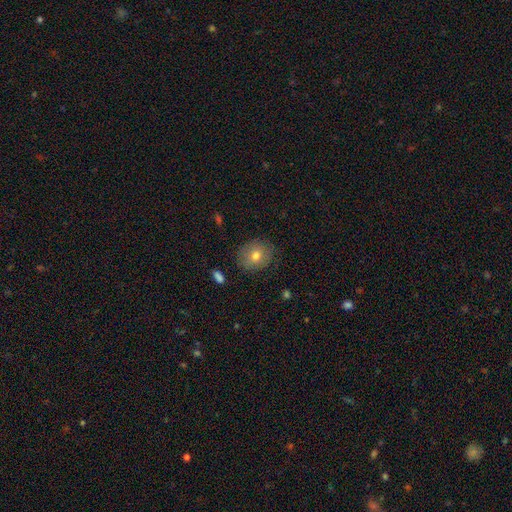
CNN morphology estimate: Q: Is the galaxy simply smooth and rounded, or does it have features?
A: smooth — 76%.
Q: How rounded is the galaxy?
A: round — 71%.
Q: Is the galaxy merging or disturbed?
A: none — 85%.